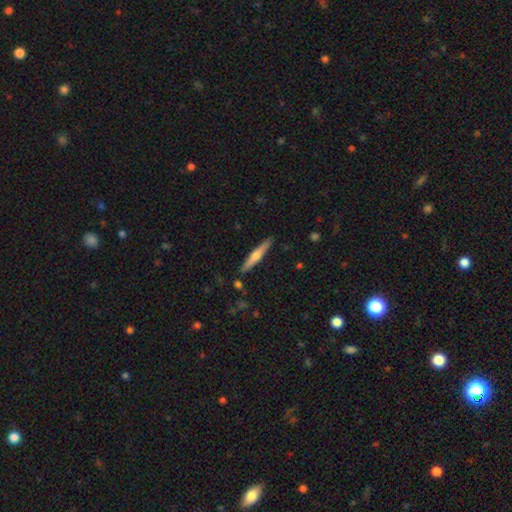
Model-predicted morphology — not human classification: Smooth or featured?
  - featured or disk: 49% *
  - smooth: 46%
  - star or artifact: 5%
Merging?
  - none: 88% *
  - minor disturbance: 8%
  - merger: 2%
  - major disturbance: 2%